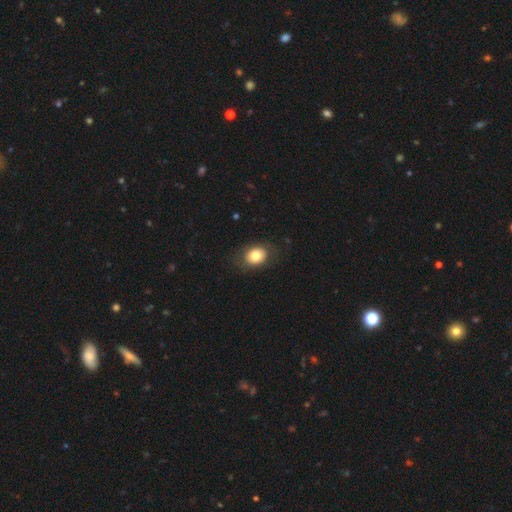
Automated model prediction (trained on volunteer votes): Overall: smooth (77%). How rounded: in between (61%; round 38%). Merging: none (80%).